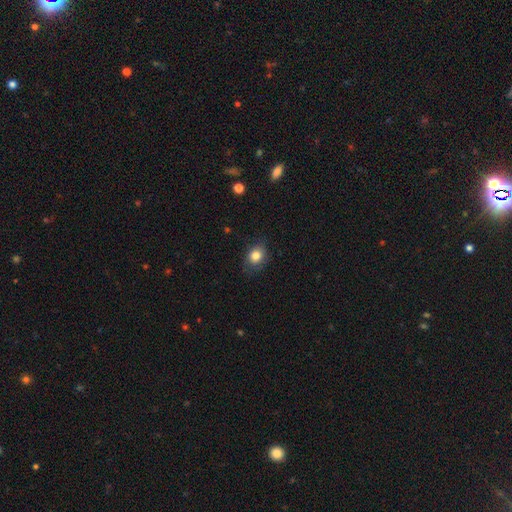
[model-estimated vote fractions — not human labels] Smooth or featured? smooth (82%)
How rounded? in between (52%)
Merging? none (78%)